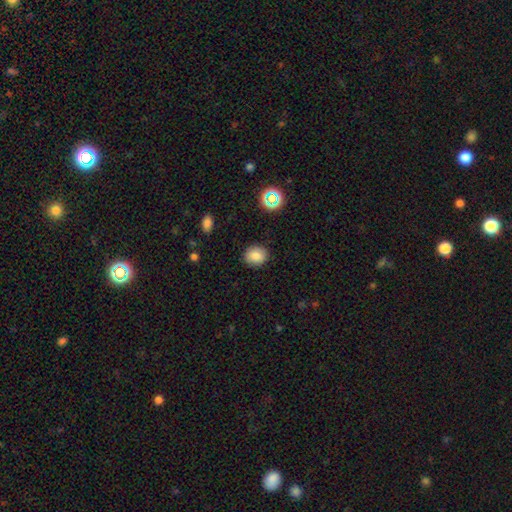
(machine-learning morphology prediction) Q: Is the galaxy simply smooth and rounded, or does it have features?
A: smooth — 83%.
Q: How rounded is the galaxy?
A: round — 67%.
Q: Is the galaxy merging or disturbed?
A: none — 88%.